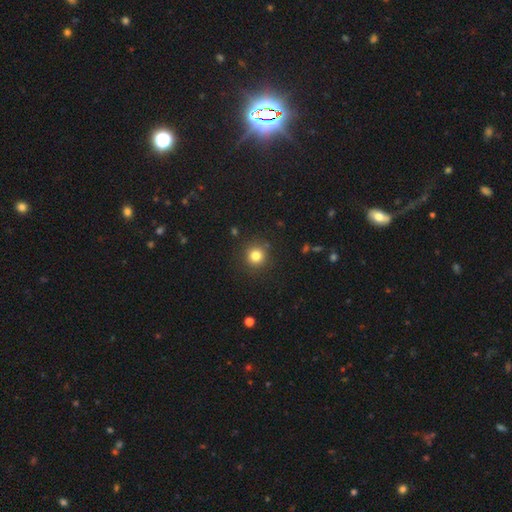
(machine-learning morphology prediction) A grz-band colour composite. It shows a smooth galaxy with no disk features (81%) that is round (94%). Merging: none (89%).